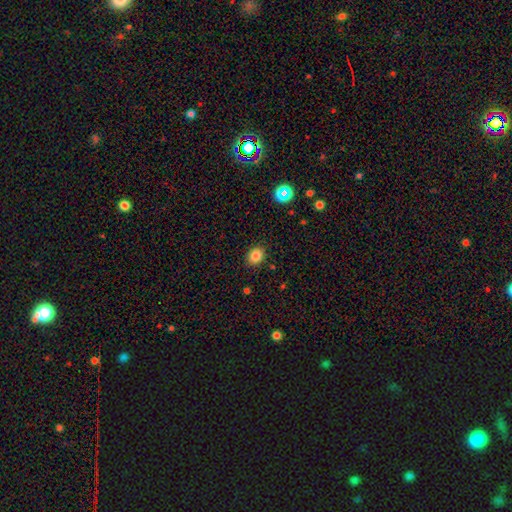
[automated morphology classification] Smooth or featured?
  - smooth: 82% *
  - star or artifact: 11%
  - featured or disk: 6%
How rounded?
  - round: 54% *
  - in between: 45%
  - cigar-shaped: 1%
Merging?
  - none: 89% *
  - minor disturbance: 8%
  - major disturbance: 2%
  - merger: 1%